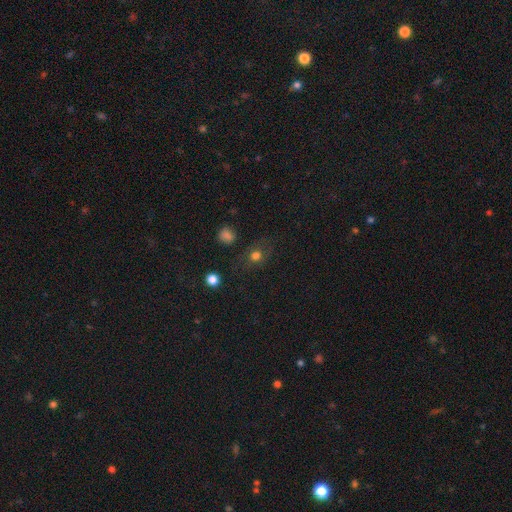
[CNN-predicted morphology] Smooth or featured?
  - smooth: 68% *
  - star or artifact: 20%
  - featured or disk: 12%
How rounded?
  - round: 66% *
  - in between: 32%
  - cigar-shaped: 2%
Merging?
  - none: 74% *
  - minor disturbance: 14%
  - major disturbance: 9%
  - merger: 3%